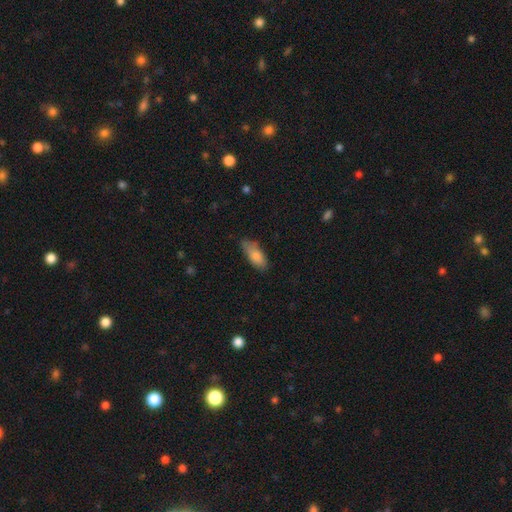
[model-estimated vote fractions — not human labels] Q: Smooth or featured?
A: smooth (82%); runner-up: featured or disk (12%)
Q: How rounded?
A: in between (81%); runner-up: cigar-shaped (17%)
Q: Merging?
A: none (65%); runner-up: minor disturbance (28%)